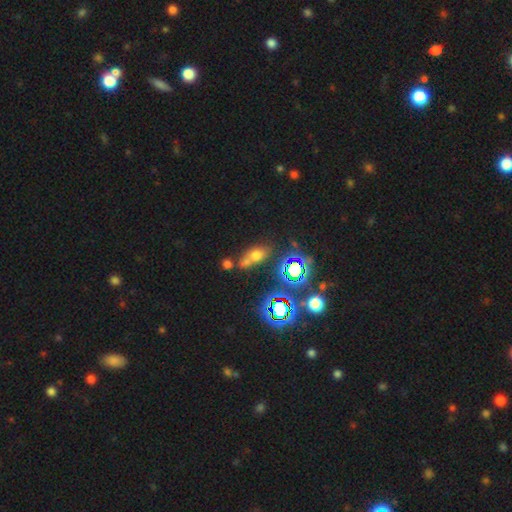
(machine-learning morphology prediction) Q: Smooth or featured?
A: smooth (51%); runner-up: star or artifact (34%)
Q: How rounded?
A: in between (63%); runner-up: round (24%)
Q: Merging?
A: none (45%); runner-up: merger (30%)